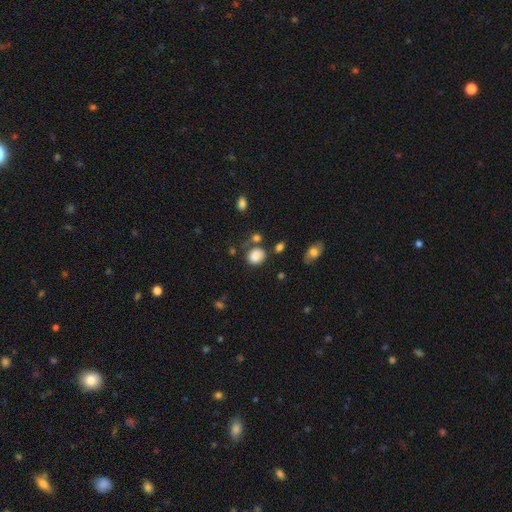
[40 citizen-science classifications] smooth_or_featured: smooth (p=0.85) [alt: featured or disk p=0.07]
how_rounded: round (p=0.82) [alt: in between p=0.18]
merging: none (p=0.70) [alt: minor disturbance p=0.14]